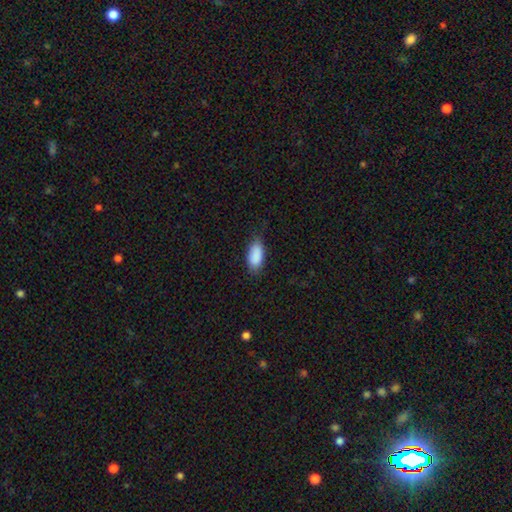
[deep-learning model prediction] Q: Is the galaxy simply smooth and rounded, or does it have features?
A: smooth — 89%.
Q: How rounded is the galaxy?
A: in between — 91%.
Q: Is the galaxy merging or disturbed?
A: none — 74%.